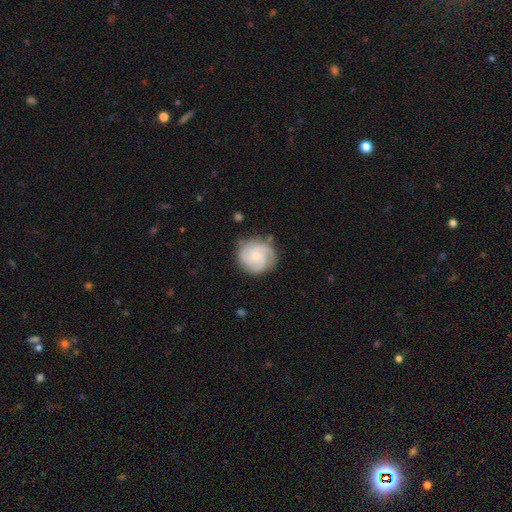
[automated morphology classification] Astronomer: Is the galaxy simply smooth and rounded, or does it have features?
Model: featured or disk — 64%.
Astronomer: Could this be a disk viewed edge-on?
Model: no — 98%.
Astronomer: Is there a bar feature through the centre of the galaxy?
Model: no — 76%.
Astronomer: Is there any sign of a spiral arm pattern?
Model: yes — 93%.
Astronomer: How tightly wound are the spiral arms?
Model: tight — 50% (runner-up: medium, 38%).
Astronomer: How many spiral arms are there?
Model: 3 — 48%.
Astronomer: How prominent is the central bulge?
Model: small — 68%.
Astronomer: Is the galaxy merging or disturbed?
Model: none — 75%.